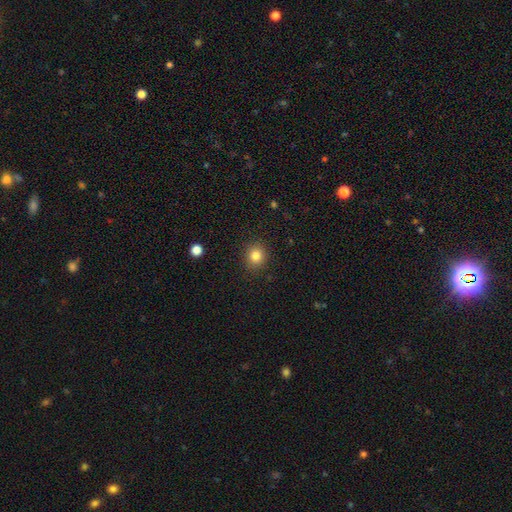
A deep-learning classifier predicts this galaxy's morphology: Smooth or featured? Predicted: smooth (p=0.83). How rounded? Predicted: round (p=0.85). Merging? Predicted: none (p=0.90).